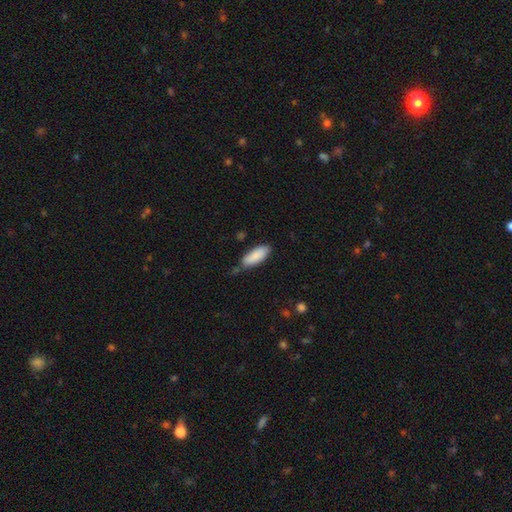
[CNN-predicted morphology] Smooth or featured?
  - smooth: 87% *
  - featured or disk: 7%
  - star or artifact: 6%
How rounded?
  - in between: 76% *
  - cigar-shaped: 22%
  - round: 2%
Merging?
  - none: 66% *
  - minor disturbance: 24%
  - merger: 6%
  - major disturbance: 4%